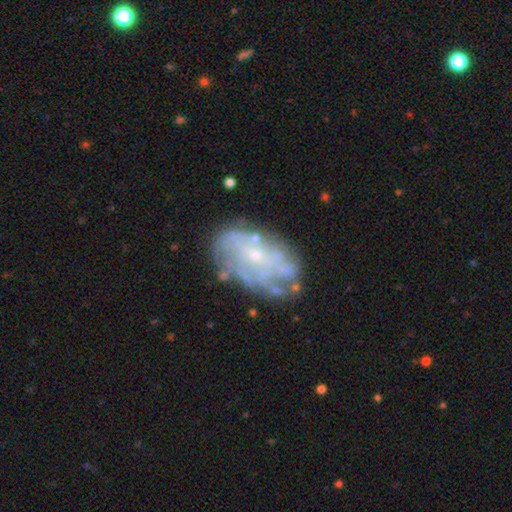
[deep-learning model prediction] smooth_or_featured: featured or disk (p=0.72) [alt: smooth p=0.20]
disk_edge_on: no (p=0.96) [alt: yes p=0.04]
bar: no (p=0.78) [alt: weak p=0.18]
has_spiral_arms: yes (p=0.59) [alt: no p=0.41]
bulge_size: small (p=0.74) [alt: moderate p=0.18]
merging: none (p=0.63) [alt: minor disturbance p=0.22]